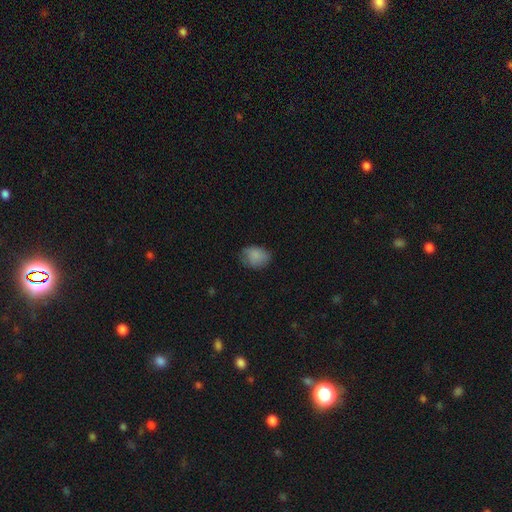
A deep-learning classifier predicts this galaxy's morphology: A smooth galaxy with no disk features (84%) that is in between round and cigar-shaped (64%).

Vote fractions:
- Smooth or featured? smooth: 84% / featured or disk: 8% / star or artifact: 8%
- How rounded? in between: 64% / round: 35% / cigar-shaped: 1%
- Merging? none: 65% / minor disturbance: 27% / major disturbance: 7% / merger: 1%